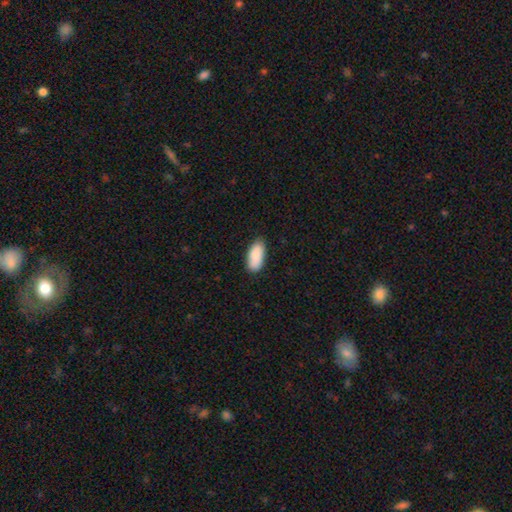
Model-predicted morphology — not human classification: smooth_or_featured: smooth (p=0.88) [alt: star or artifact p=0.06]
how_rounded: in between (p=0.89) [alt: cigar-shaped p=0.09]
merging: none (p=0.82) [alt: minor disturbance p=0.14]